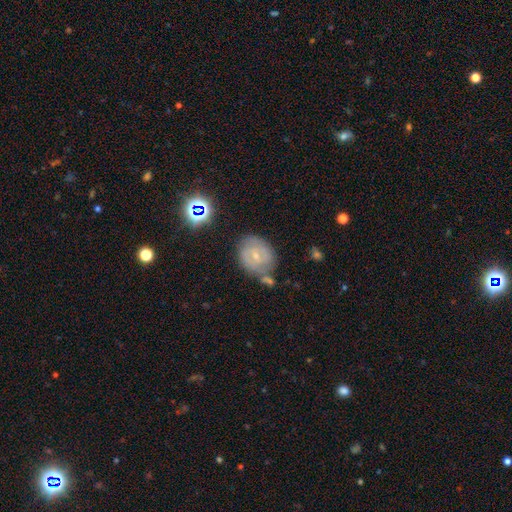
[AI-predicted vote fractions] Q: Smooth or featured?
A: featured or disk (59%); runner-up: smooth (30%)
Q: Edge-on disk?
A: no (96%); runner-up: yes (4%)
Q: Bar?
A: weak (46%); runner-up: no (44%)
Q: Spiral arms?
A: yes (79%); runner-up: no (21%)
Q: Bulge size?
A: small (67%); runner-up: moderate (28%)
Q: Merging?
A: none (60%); runner-up: minor disturbance (22%)